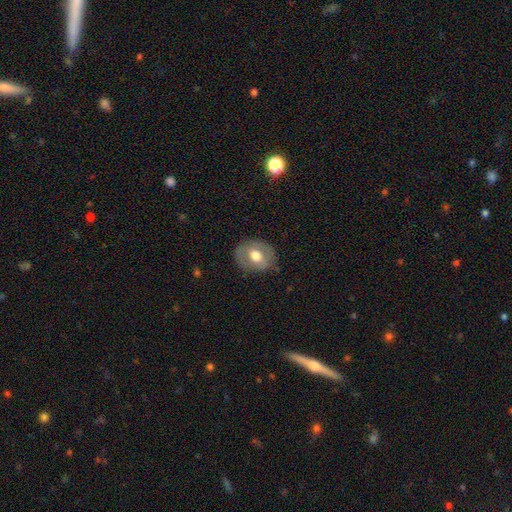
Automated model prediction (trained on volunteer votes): The model was most divided on "how rounded": round: 50%, in between: 49%, cigar-shaped: 1%. More confident: merging — none (77%); smooth or featured — smooth (55%).